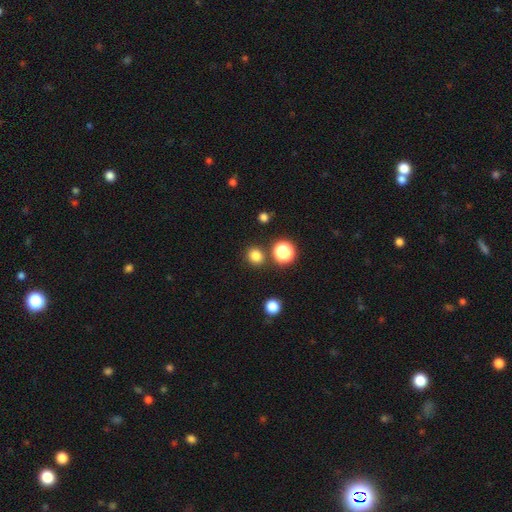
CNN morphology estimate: A smooth galaxy with no disk features (79%) that is round (83%).

Vote fractions:
- Smooth or featured? smooth: 79% / star or artifact: 16% / featured or disk: 5%
- How rounded? round: 83% / in between: 16% / cigar-shaped: 1%
- Merging? none: 85% / minor disturbance: 7% / merger: 5% / major disturbance: 3%